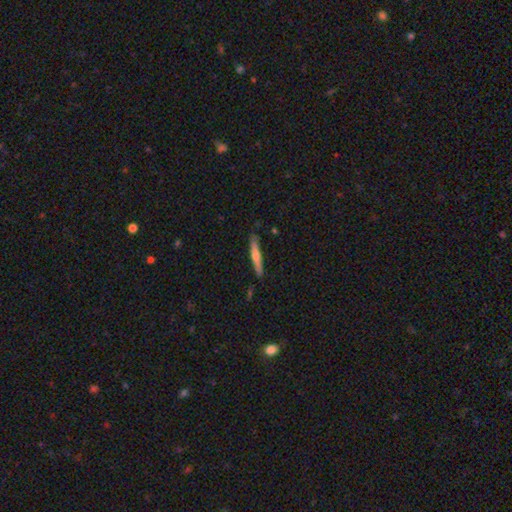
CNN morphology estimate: A smooth galaxy with no disk features (53%) that is cigar-shaped (94%).

Vote fractions:
- Smooth or featured? smooth: 53% / featured or disk: 41% / star or artifact: 6%
- How rounded? cigar-shaped: 94% / in between: 5% / round: 1%
- Merging? none: 86% / minor disturbance: 10% / merger: 2% / major disturbance: 2%